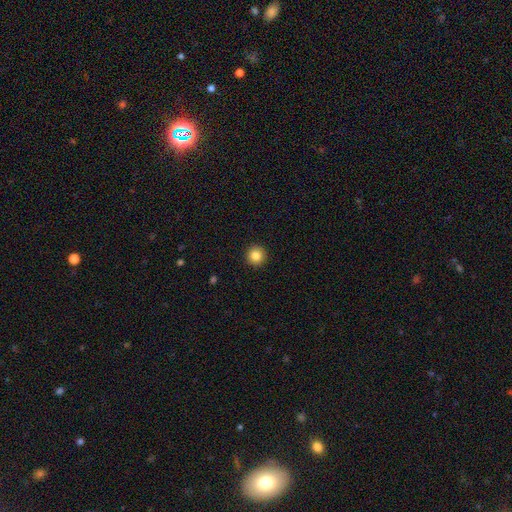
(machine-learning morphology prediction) smooth_or_featured: smooth (p=0.84) [alt: star or artifact p=0.10]
how_rounded: round (p=0.95) [alt: in between p=0.04]
merging: none (p=0.93) [alt: minor disturbance p=0.04]